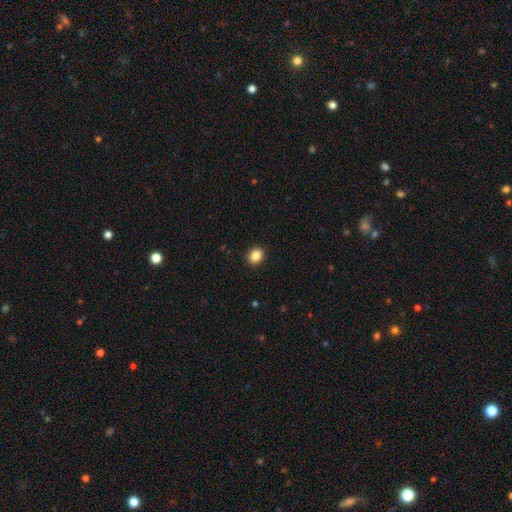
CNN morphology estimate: This appears to be a smooth galaxy with no disk features (87%) that is in between round and cigar-shaped (52%). Merging: none (91%).